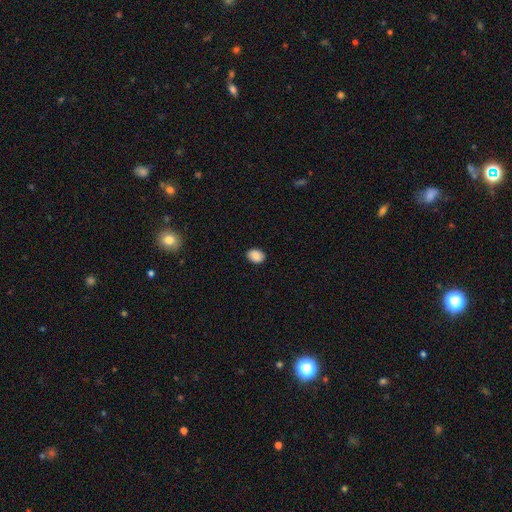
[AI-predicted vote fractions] This appears to be a smooth galaxy with no disk features (89%) that is in between round and cigar-shaped (67%). Merging: none (90%).